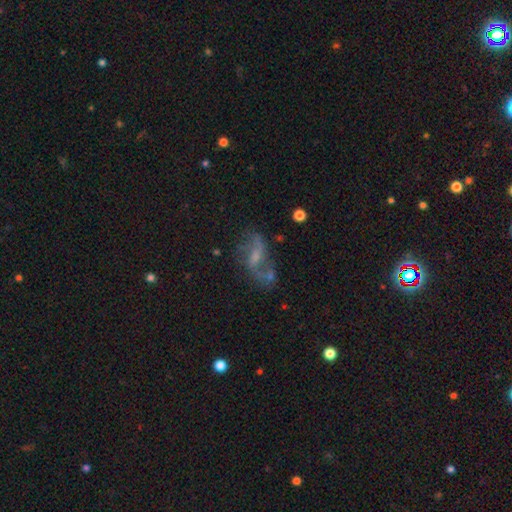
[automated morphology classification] Smooth or featured: featured or disk — 72% (smooth — 17%)
Edge-on disk: no — 95% (yes — 5%)
Bar: weak — 49% (no — 34%)
Spiral arms: yes — 83% (no — 17%)
Spiral winding: loose — 77% (medium — 18%)
Spiral arm count: 2 — 83% (can't tell — 7%)
Bulge size: small — 43% (moderate — 27%)
Merging: none — 50% (major disturbance — 20%)